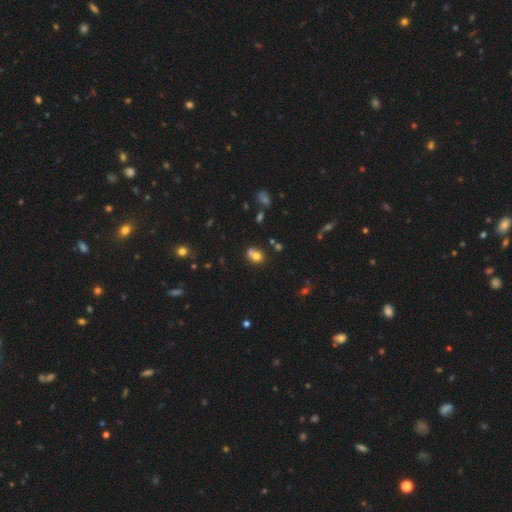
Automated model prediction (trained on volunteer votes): Overall: smooth (72%). How rounded: round (65%; in between 34%). Merging: merger (46%; none 39%).